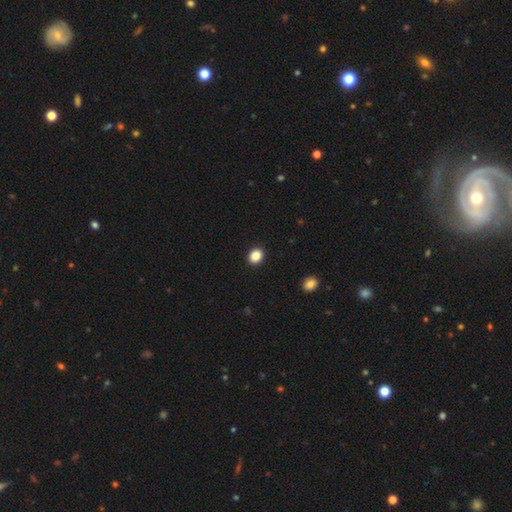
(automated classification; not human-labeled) Smooth or featured?
  - smooth: 86% *
  - star or artifact: 10%
  - featured or disk: 4%
How rounded?
  - round: 63% *
  - in between: 36%
  - cigar-shaped: 1%
Merging?
  - none: 93% *
  - minor disturbance: 5%
  - major disturbance: 2%
  - merger: 1%